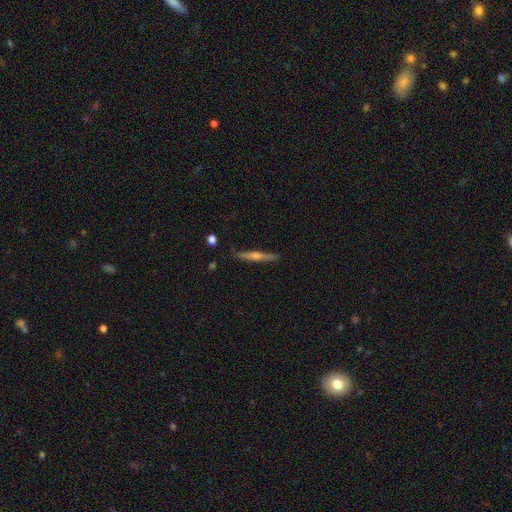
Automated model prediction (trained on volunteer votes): Smooth or featured: featured or disk — 68% (smooth — 25%)
Edge-on disk: yes — 97% (no — 3%)
Edge-on bulge: rounded — 77% (none — 16%)
Merging: none — 87% (minor disturbance — 9%)